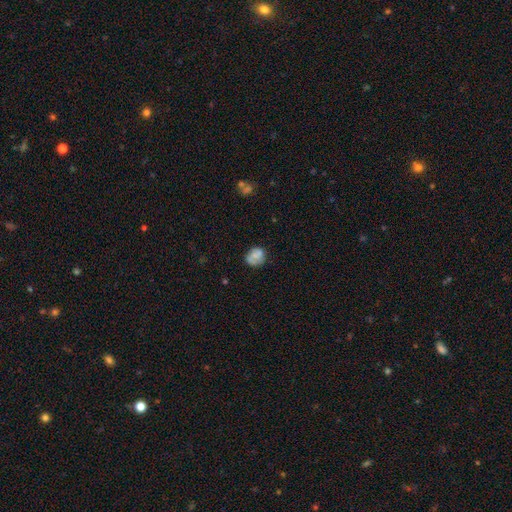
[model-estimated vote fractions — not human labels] The model was most divided on "how rounded": round: 67%, in between: 32%, cigar-shaped: 1%. More confident: smooth or featured — smooth (64%); merging — none (59%).